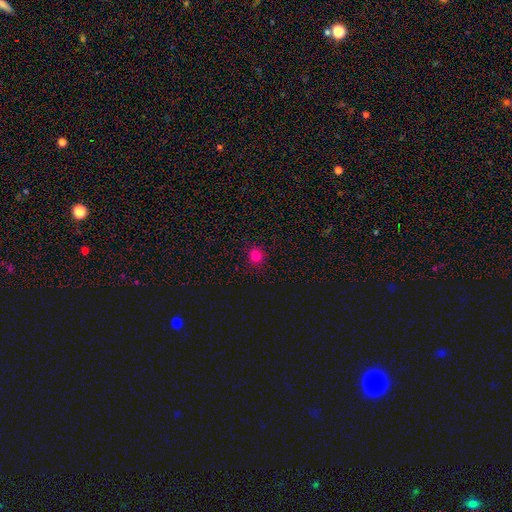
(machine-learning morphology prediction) smooth_or_featured: smooth (p=0.81) [alt: star or artifact p=0.15]
how_rounded: round (p=0.90) [alt: in between p=0.09]
merging: none (p=0.92) [alt: minor disturbance p=0.06]